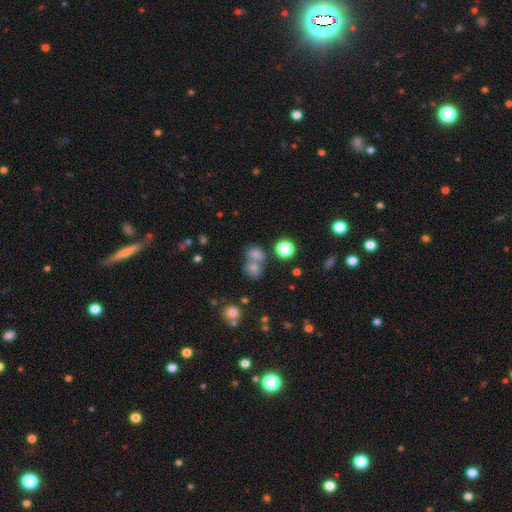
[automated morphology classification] type=smooth (70%); roundness=round (52%); merging=merger (53%).